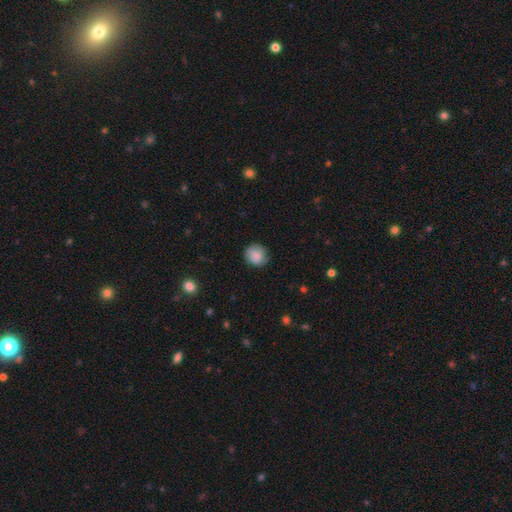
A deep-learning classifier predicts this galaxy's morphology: The model was most divided on "merging": none: 78%, minor disturbance: 17%, major disturbance: 4%, merger: 1%. More confident: how rounded — round (85%); smooth or featured — smooth (85%).